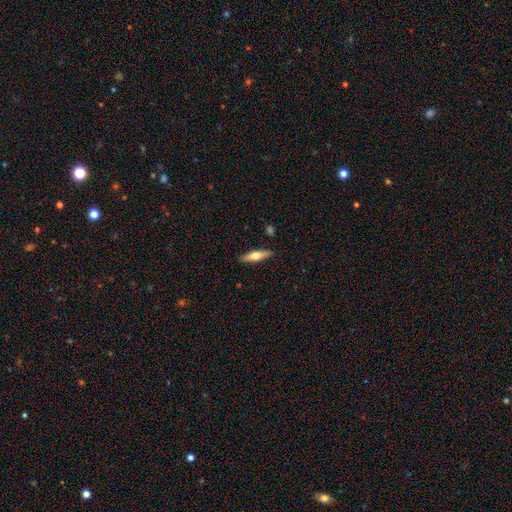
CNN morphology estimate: Smooth or featured: smooth — 50% (featured or disk — 44%)
Merging: none — 89% (minor disturbance — 8%)